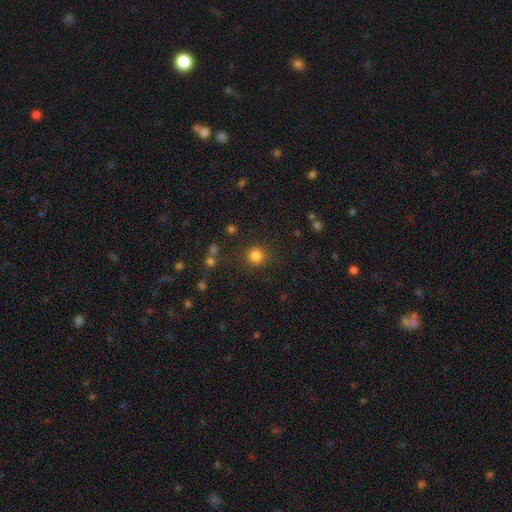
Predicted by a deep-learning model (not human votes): Smooth or featured? Predicted: smooth (p=0.82). How rounded? Predicted: round (p=0.93). Merging? Predicted: none (p=0.87).